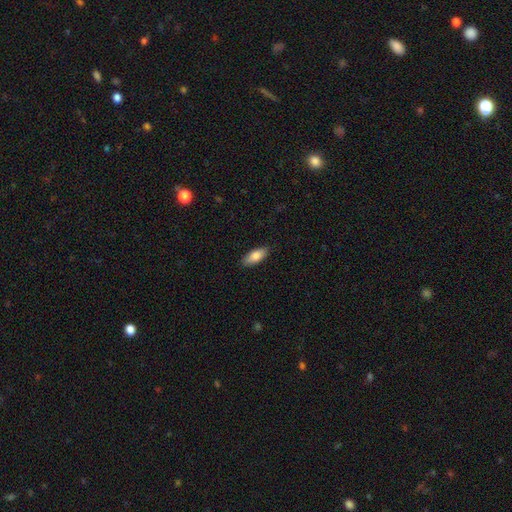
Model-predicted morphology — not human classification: smooth 82%, featured or disk 12%, star or artifact 6%. Down the decision tree: how rounded — in between (82%); merging — none (88%).